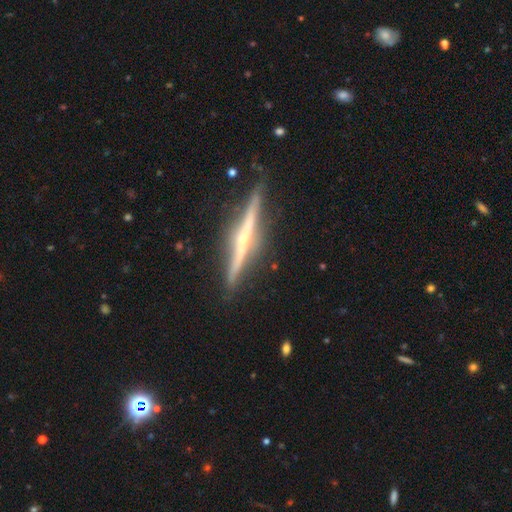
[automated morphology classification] This appears to be a featured or disk galaxy (85%) viewed edge-on (98%) with a rounded central bulge (65%). Merging: none (88%).